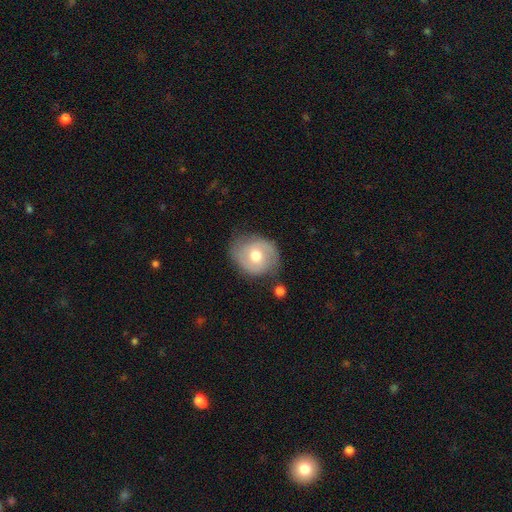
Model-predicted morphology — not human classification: Smooth or featured?
  - featured or disk: 51% *
  - smooth: 43%
  - star or artifact: 6%
Edge-on disk?
  - no: 96% *
  - yes: 4%
Merging?
  - none: 70% *
  - minor disturbance: 21%
  - major disturbance: 6%
  - merger: 3%